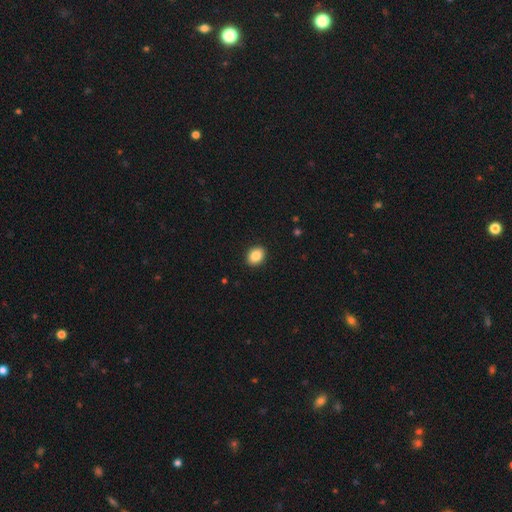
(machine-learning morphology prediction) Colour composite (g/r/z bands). It shows a smooth galaxy with no disk features (87%) that is in between round and cigar-shaped (62%). Merging: none (92%).